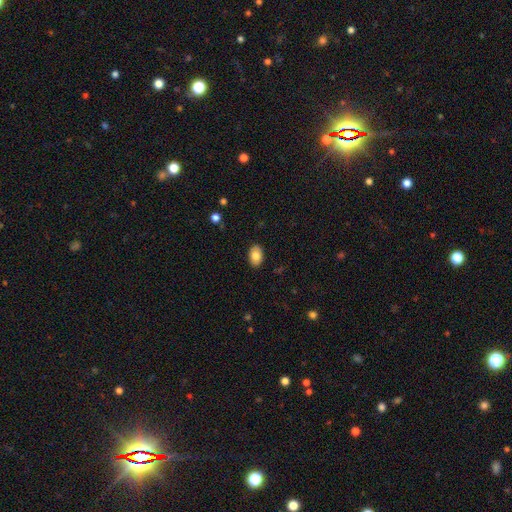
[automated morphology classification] Smooth or featured? smooth (83%)
How rounded? in between (90%)
Merging? none (89%)